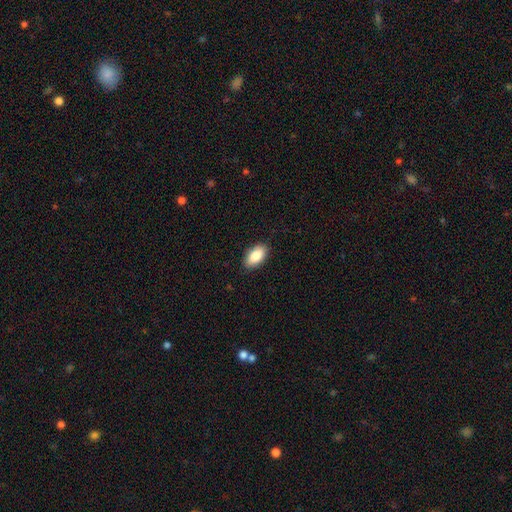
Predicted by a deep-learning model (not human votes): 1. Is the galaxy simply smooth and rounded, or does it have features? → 86% smooth, 8% featured or disk, 7% star or artifact.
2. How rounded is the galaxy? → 92% in between, 4% cigar-shaped, 4% round.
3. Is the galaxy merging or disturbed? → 88% none, 9% minor disturbance, 2% major disturbance, 1% merger.